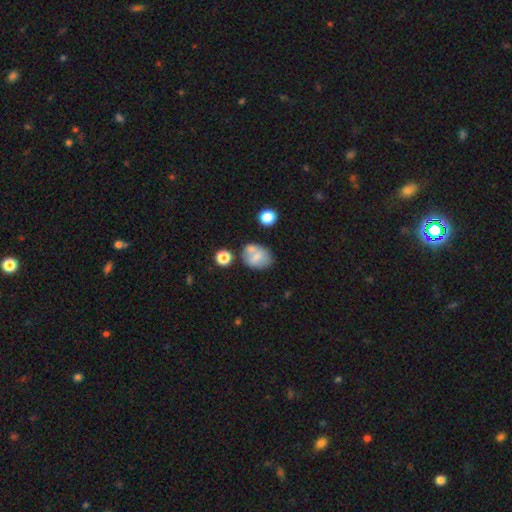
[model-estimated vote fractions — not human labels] The model was most divided on "how rounded": in between: 60%, round: 39%, cigar-shaped: 1%. Remaining: smooth or featured — smooth (69%); merging — none (48%).